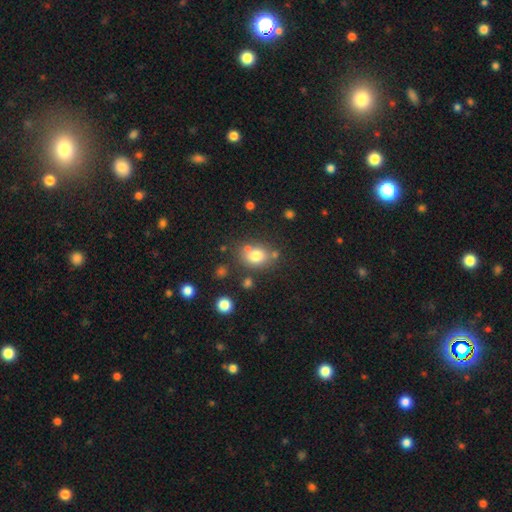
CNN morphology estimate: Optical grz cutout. It shows a smooth galaxy with no disk features (76%) that is round (56%). Merging: none (65%).